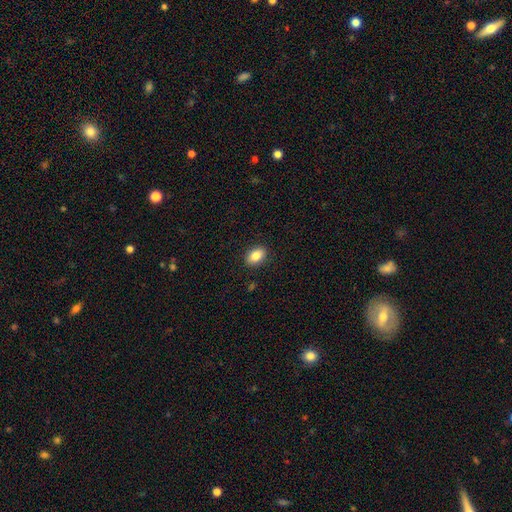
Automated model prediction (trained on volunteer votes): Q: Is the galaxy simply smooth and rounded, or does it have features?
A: smooth — 84%.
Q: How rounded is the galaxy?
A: in between — 84%.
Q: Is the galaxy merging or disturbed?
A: none — 89%.